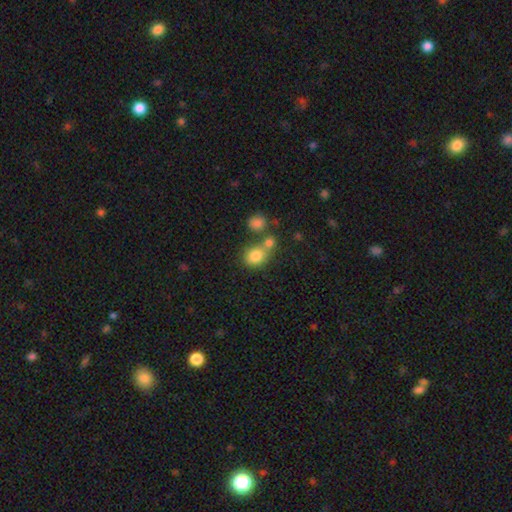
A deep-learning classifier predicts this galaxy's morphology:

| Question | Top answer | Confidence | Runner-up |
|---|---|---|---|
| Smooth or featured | smooth | 80% | star or artifact (11%) |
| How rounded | round | 64% | in between (35%) |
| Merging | none | 46% | merger (39%) |